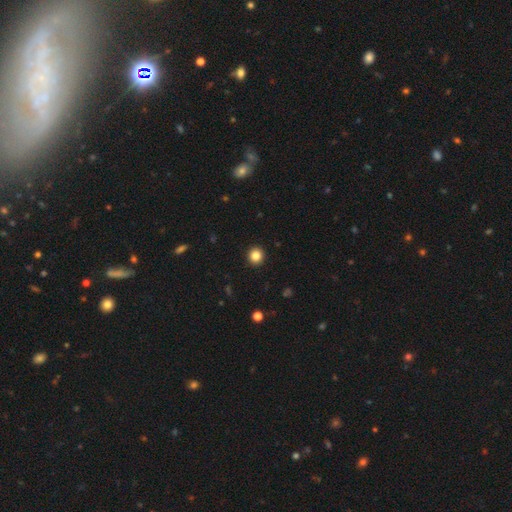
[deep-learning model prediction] Smooth or featured: smooth — 85% (star or artifact — 11%)
How rounded: round — 92% (in between — 7%)
Merging: none — 93% (minor disturbance — 4%)